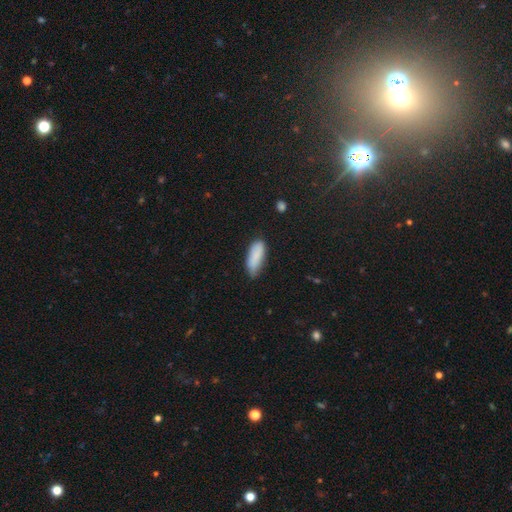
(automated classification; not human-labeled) Smooth or featured: smooth — 87% (featured or disk — 7%)
How rounded: in between — 76% (cigar-shaped — 23%)
Merging: none — 64% (minor disturbance — 30%)